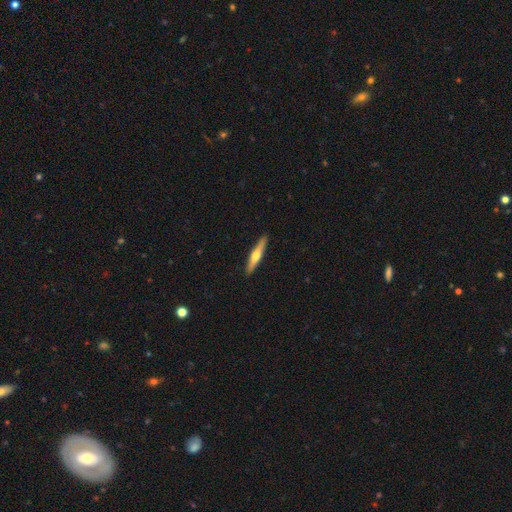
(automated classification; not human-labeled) A featured or disk galaxy (52%) viewed edge-on (96%). Merging: none (91%).